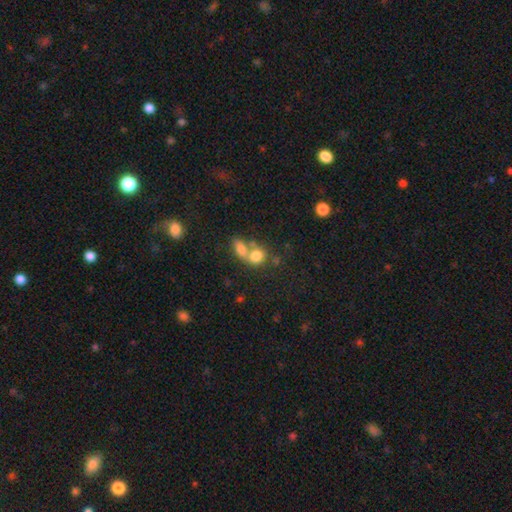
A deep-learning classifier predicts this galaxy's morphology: Smooth or featured?
  - smooth: 76% *
  - featured or disk: 14%
  - star or artifact: 10%
How rounded?
  - round: 51% *
  - in between: 47%
  - cigar-shaped: 2%
Merging?
  - merger: 62% *
  - none: 25%
  - minor disturbance: 7%
  - major disturbance: 5%